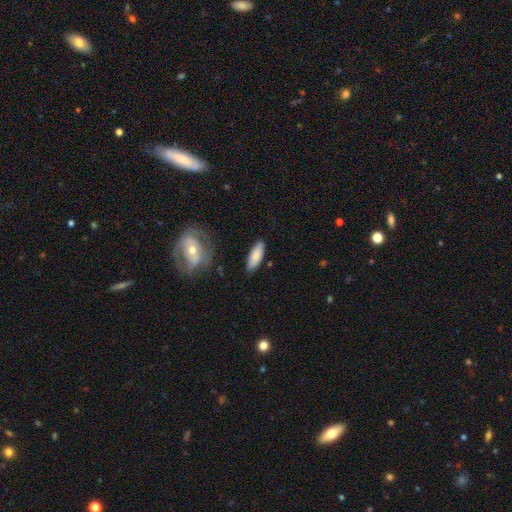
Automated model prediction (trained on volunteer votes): A smooth galaxy with no disk features (79%) that is in between round and cigar-shaped (66%).

Vote fractions:
- Smooth or featured? smooth: 79% / featured or disk: 15% / star or artifact: 6%
- How rounded? in between: 66% / cigar-shaped: 32% / round: 2%
- Merging? none: 83% / minor disturbance: 12% / merger: 3% / major disturbance: 3%